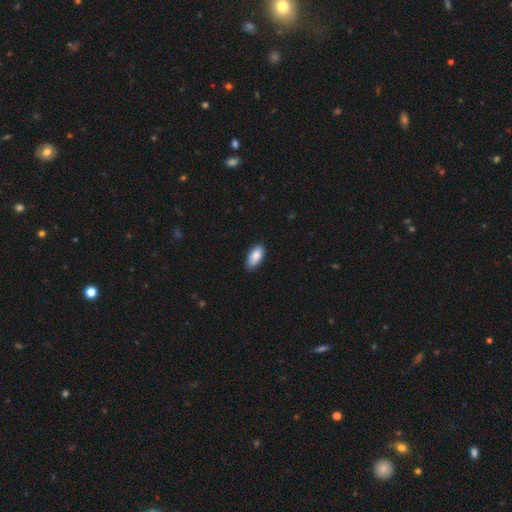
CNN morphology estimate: Smooth or featured?
  - smooth: 87% *
  - star or artifact: 7%
  - featured or disk: 6%
How rounded?
  - in between: 92% *
  - cigar-shaped: 6%
  - round: 2%
Merging?
  - none: 82% *
  - minor disturbance: 15%
  - major disturbance: 2%
  - merger: 1%